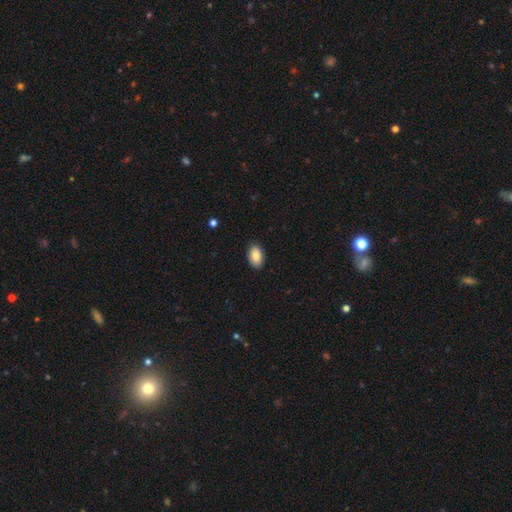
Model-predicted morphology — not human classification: A smooth galaxy with no disk features (88%) that is in between round and cigar-shaped (93%).

Vote fractions:
- Smooth or featured? smooth: 88% / star or artifact: 7% / featured or disk: 5%
- How rounded? in between: 93% / round: 6% / cigar-shaped: 1%
- Merging? none: 88% / minor disturbance: 9% / major disturbance: 2% / merger: 1%